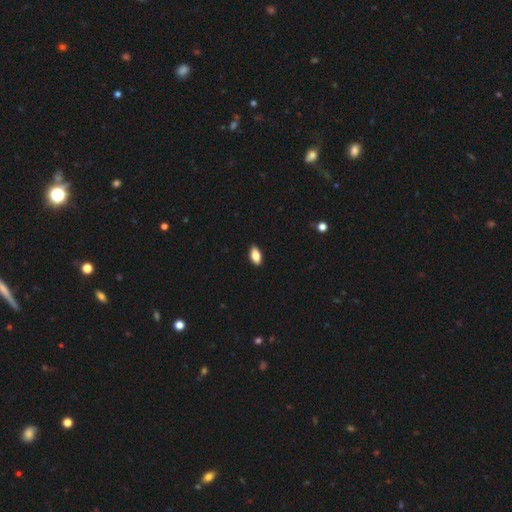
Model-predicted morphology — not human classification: A smooth galaxy with no disk features (83%) that is in between round and cigar-shaped (90%).

Vote fractions:
- Smooth or featured? smooth: 83% / featured or disk: 10% / star or artifact: 7%
- How rounded? in between: 90% / cigar-shaped: 6% / round: 4%
- Merging? none: 88% / minor disturbance: 9% / major disturbance: 2% / merger: 1%